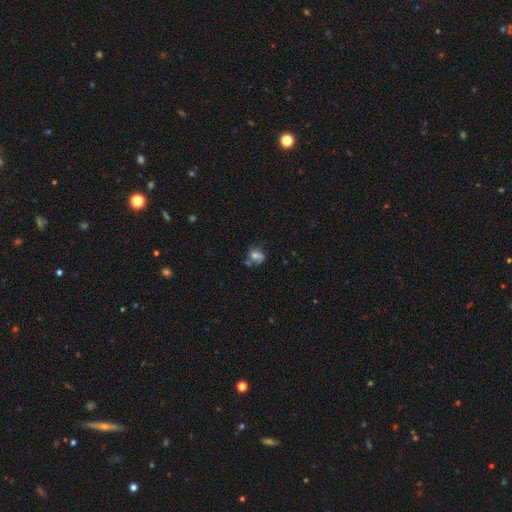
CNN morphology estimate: smooth_or_featured: smooth (p=0.48) [alt: featured or disk p=0.39]
merging: none (p=0.40) [alt: minor disturbance p=0.24]